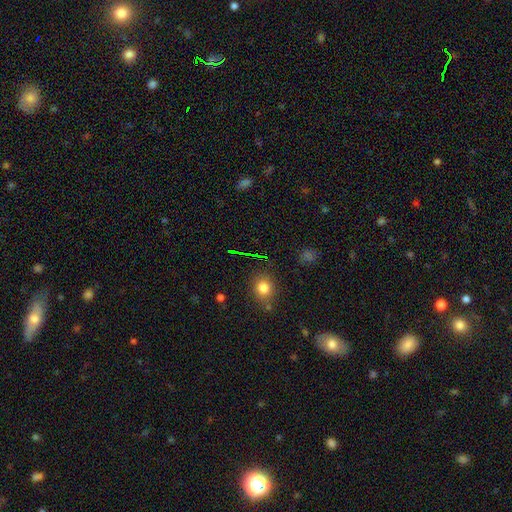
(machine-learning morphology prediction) This is likely a smooth galaxy (60%). How rounded: likely round (79%). Merging: clearly none (87%).